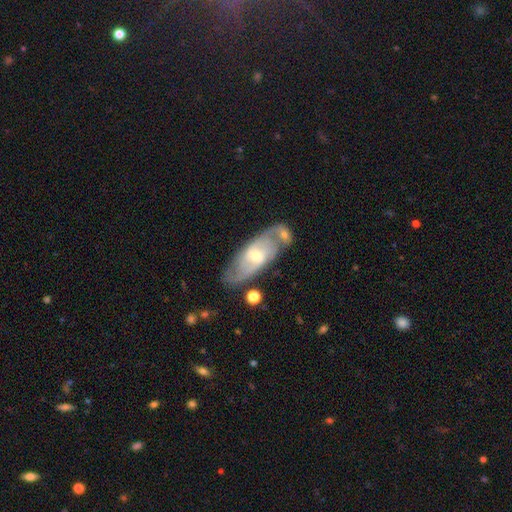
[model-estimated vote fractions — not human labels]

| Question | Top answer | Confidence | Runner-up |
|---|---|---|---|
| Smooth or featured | featured or disk | 75% | smooth (19%) |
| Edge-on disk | no | 90% | yes (10%) |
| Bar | weak | 46% | no (39%) |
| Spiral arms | yes | 88% | no (12%) |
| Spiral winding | medium | 46% | tight (31%) |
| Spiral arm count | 2 | 69% | can't tell (19%) |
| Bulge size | moderate | 49% | small (46%) |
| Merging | none | 58% | minor disturbance (18%) |